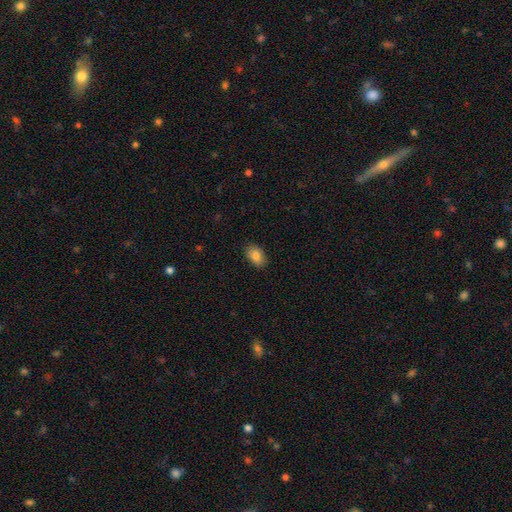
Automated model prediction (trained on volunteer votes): smooth-or-featured: smooth: 85% | star or artifact: 8% | featured or disk: 7%
  how-rounded: in between: 88% | round: 11% | cigar-shaped: 1%
  merging: none: 85% | minor disturbance: 11% | major disturbance: 2% | merger: 1%